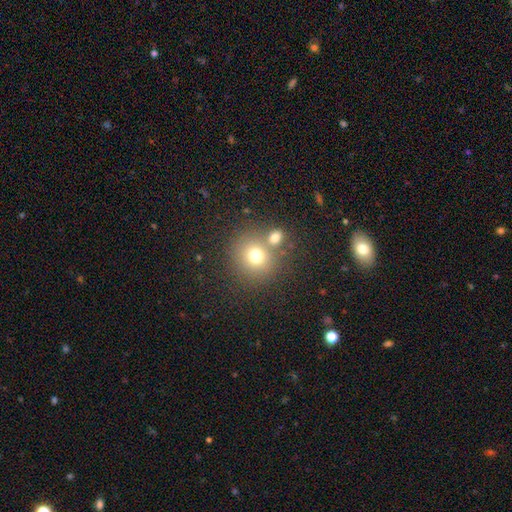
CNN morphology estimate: smooth 72%, star or artifact 15%, featured or disk 13%. Down the decision tree: how rounded — round (88%); merging — none (62%).